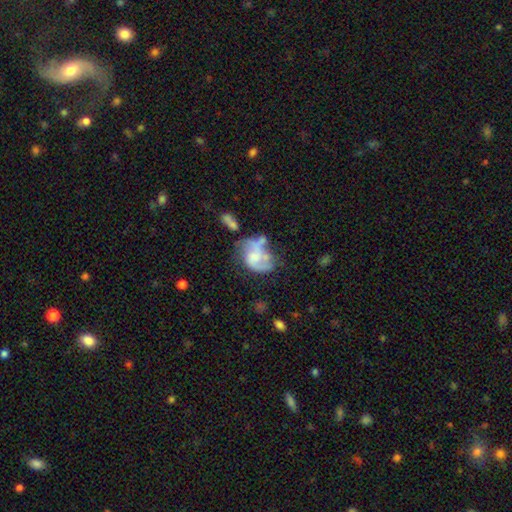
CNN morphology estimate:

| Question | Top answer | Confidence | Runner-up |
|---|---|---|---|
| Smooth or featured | featured or disk | 57% | smooth (34%) |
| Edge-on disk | no | 98% | yes (2%) |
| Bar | no | 72% | weak (23%) |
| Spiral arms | yes | 53% | no (47%) |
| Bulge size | moderate | 37% | small (26%) |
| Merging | major disturbance | 31% | none (26%) |